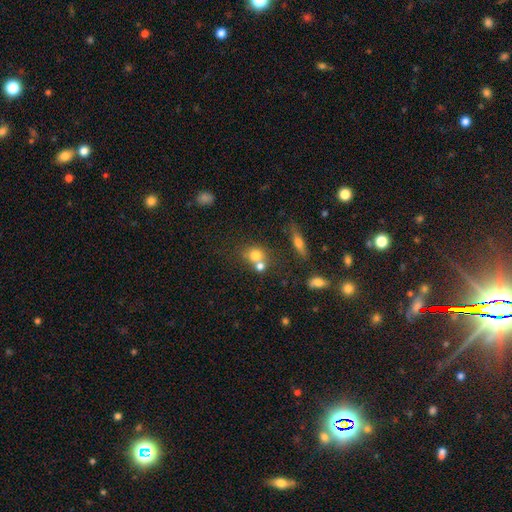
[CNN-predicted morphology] This appears to be a smooth galaxy with no disk features (72%) that is round (73%). Merging: merger (46%).